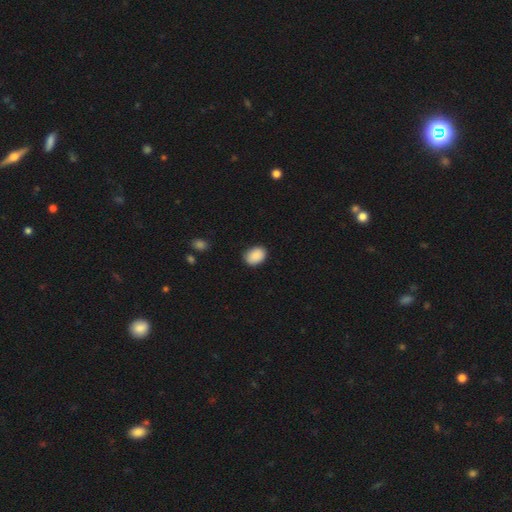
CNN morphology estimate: This appears to be a smooth galaxy with no disk features (90%) that is in between round and cigar-shaped (73%). Merging: none (87%).